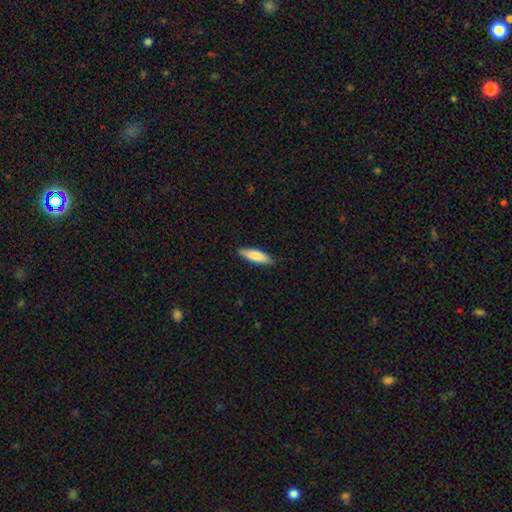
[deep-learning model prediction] Morphology: type=smooth (79%); roundness=cigar-shaped (59%); merging=none (88%).